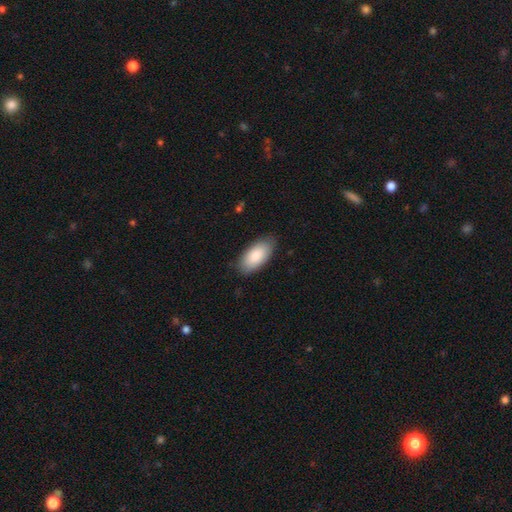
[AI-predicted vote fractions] Smooth or featured? Predicted: smooth (p=0.86). How rounded? Predicted: in between (p=0.93). Merging? Predicted: none (p=0.84).